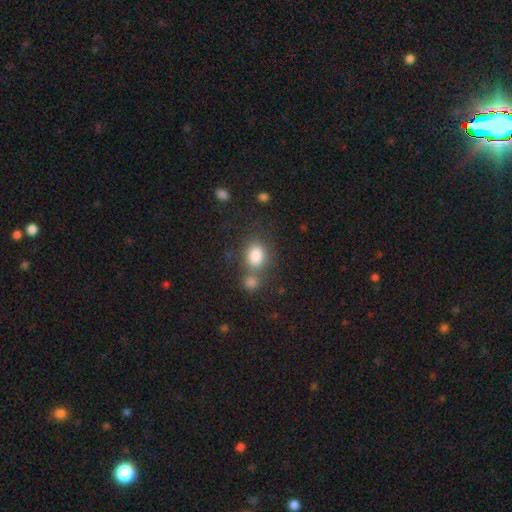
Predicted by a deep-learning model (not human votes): Smooth or featured? smooth (83%)
How rounded? in between (59%)
Merging? none (49%)